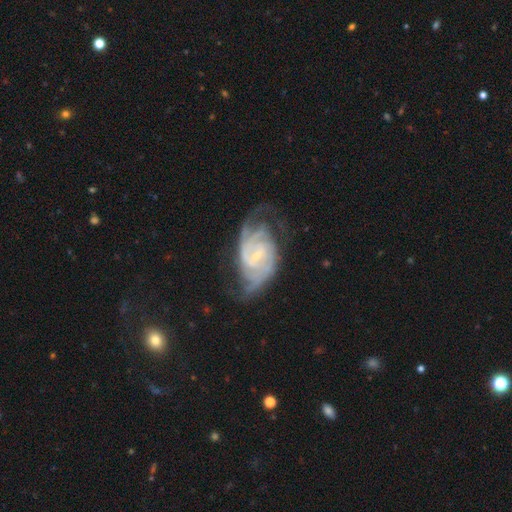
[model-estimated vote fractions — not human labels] Overall: featured or disk (88%). Edge-on disk: no (97%). Bar: weak (50%; no 34%). Spiral arms: yes (97%). Spiral arm count: 2 (51%; can't tell 19%). Spiral winding: tight (46%; medium 43%). Bulge size: small (73%). Merging: none (60%; minor disturbance 21%).